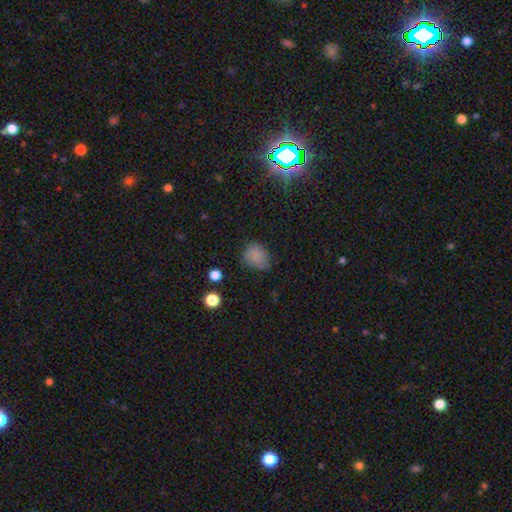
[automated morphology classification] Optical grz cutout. It shows a smooth galaxy with no disk features (81%) that is in between round and cigar-shaped (51%). Merging: none (63%).